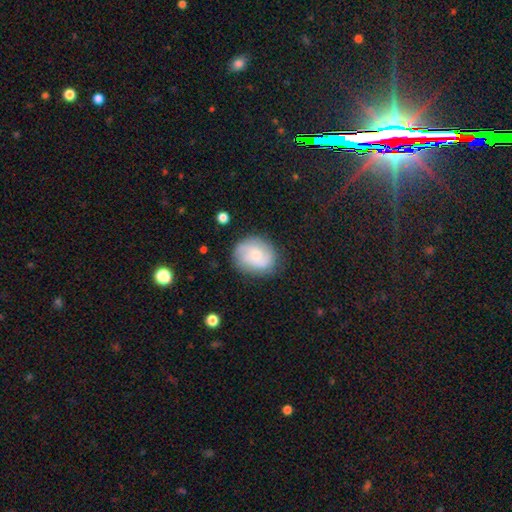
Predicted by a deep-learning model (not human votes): A featured or disk galaxy (51%). Merging: none (76%).